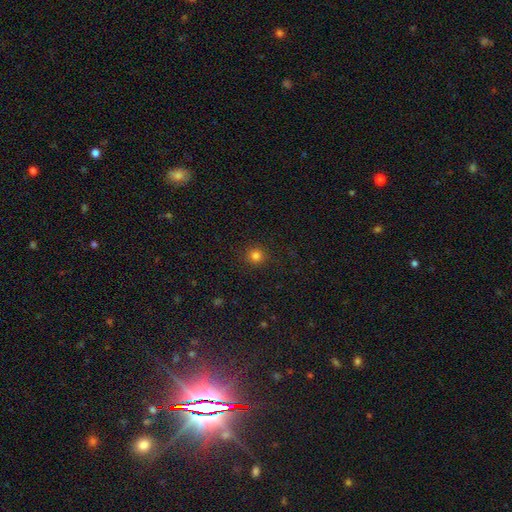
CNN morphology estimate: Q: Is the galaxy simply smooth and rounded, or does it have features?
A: smooth — 81%.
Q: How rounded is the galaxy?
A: round — 93%.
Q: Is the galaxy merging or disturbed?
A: none — 91%.